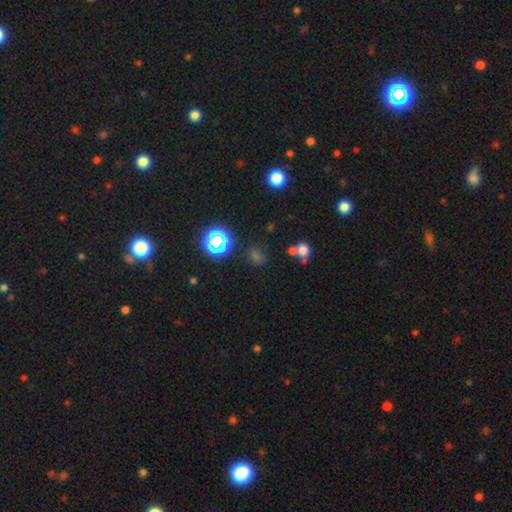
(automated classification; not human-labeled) Overall: star or artifact (48%; smooth 44%).